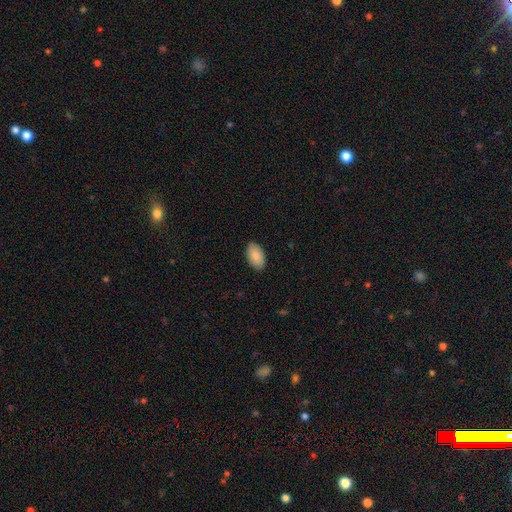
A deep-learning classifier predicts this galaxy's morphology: A smooth galaxy with no disk features (88%) that is in between round and cigar-shaped (95%).

Vote fractions:
- Smooth or featured? smooth: 88% / star or artifact: 6% / featured or disk: 6%
- How rounded? in between: 95% / round: 3% / cigar-shaped: 1%
- Merging? none: 89% / minor disturbance: 9% / major disturbance: 2% / merger: 1%